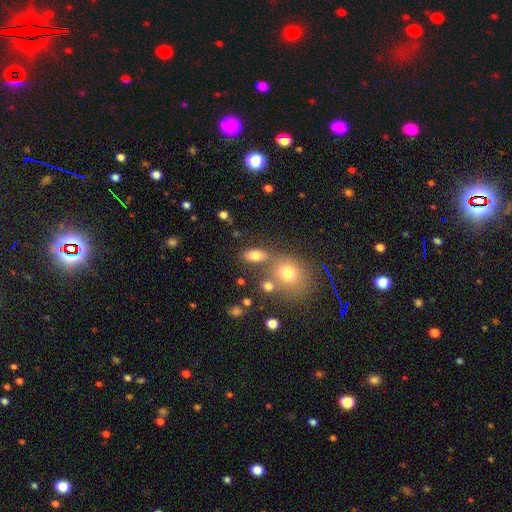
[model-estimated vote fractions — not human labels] A smooth galaxy with no disk features (77%) that is in between round and cigar-shaped (82%). Merging: none (63%).